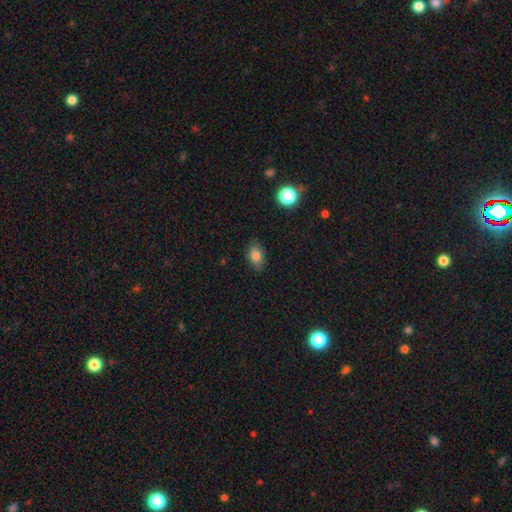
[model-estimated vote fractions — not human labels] smooth 80%, star or artifact 10%, featured or disk 9%. Down the decision tree: how rounded — in between (84%); merging — none (84%).